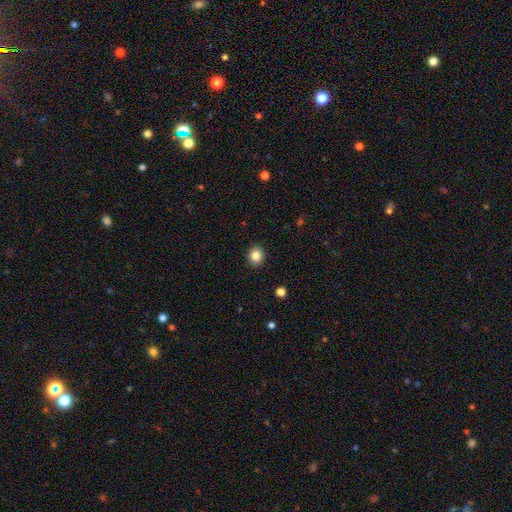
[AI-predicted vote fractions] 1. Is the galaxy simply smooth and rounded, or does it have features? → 84% smooth, 10% star or artifact, 6% featured or disk.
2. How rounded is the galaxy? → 72% round, 27% in between, 1% cigar-shaped.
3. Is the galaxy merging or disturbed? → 91% none, 6% minor disturbance, 2% major disturbance, 1% merger.